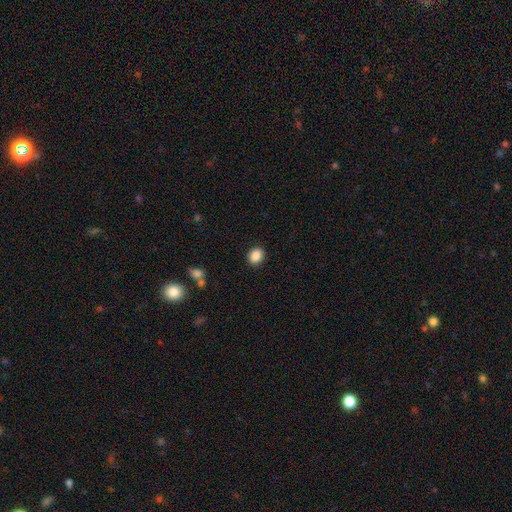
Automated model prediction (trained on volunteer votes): Smooth or featured? Predicted: smooth (p=0.88). How rounded? Predicted: round (p=0.51). Merging? Predicted: none (p=0.90).